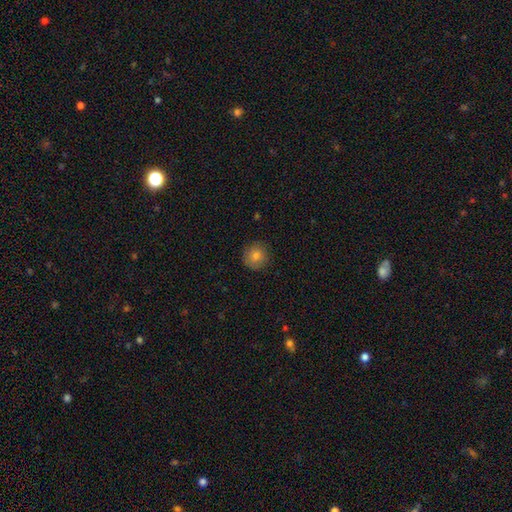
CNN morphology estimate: A smooth galaxy with no disk features (79%) that is round (94%).

Vote fractions:
- Smooth or featured? smooth: 79% / star or artifact: 11% / featured or disk: 10%
- How rounded? round: 94% / in between: 5% / cigar-shaped: 1%
- Merging? none: 88% / minor disturbance: 9% / major disturbance: 2% / merger: 1%